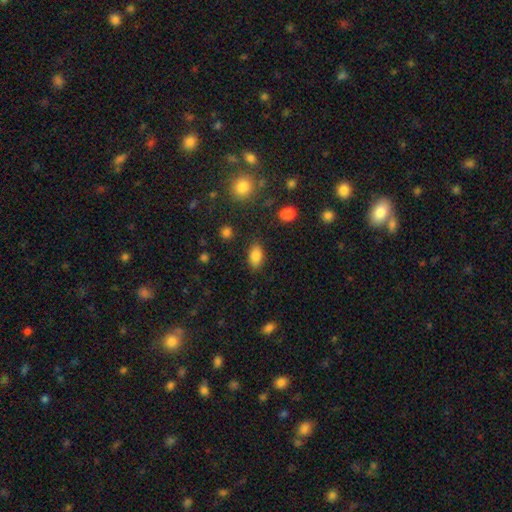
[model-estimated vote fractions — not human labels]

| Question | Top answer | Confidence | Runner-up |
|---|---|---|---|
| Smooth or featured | smooth | 84% | star or artifact (9%) |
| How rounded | in between | 89% | round (8%) |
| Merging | none | 84% | minor disturbance (11%) |